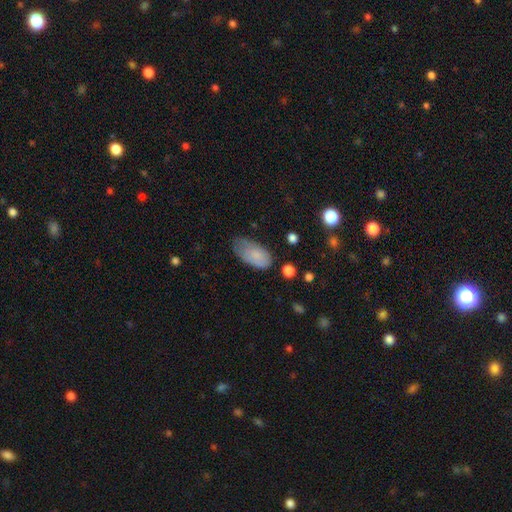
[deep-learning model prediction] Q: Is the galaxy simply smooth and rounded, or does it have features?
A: smooth — 79%.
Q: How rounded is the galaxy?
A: in between — 94%.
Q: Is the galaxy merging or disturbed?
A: none — 43%.